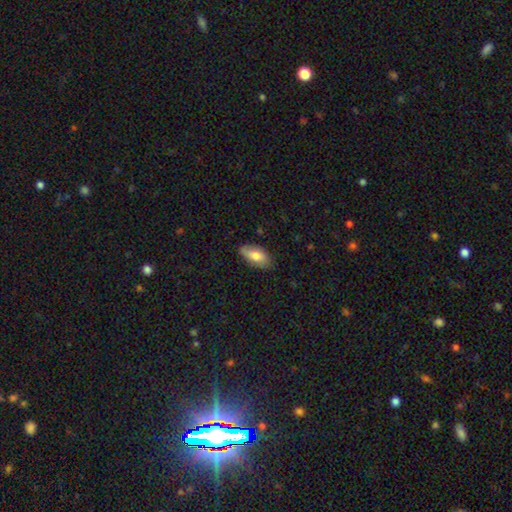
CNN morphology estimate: The model was most divided on "smooth or featured": smooth: 72%, featured or disk: 21%, star or artifact: 7%. More confident: how rounded — in between (91%); merging — none (78%).